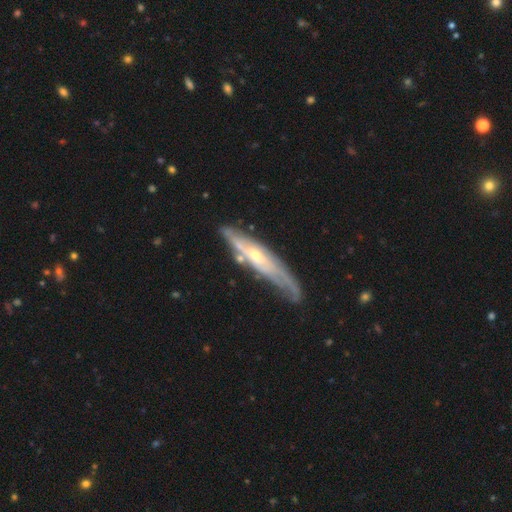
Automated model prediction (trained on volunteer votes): A featured or disk galaxy (78%) viewed edge-on (53%).

Vote fractions:
- Smooth or featured? featured or disk: 78% / smooth: 16% / star or artifact: 5%
- Edge-on disk? yes: 53% / no: 47%
- Merging? none: 60% / minor disturbance: 24% / major disturbance: 10% / merger: 6%